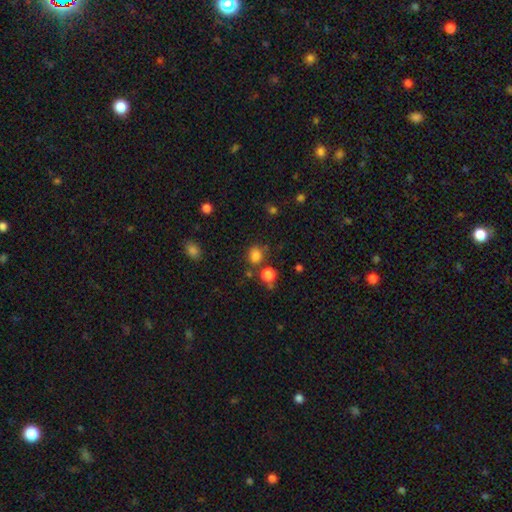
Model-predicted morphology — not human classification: Q: Smooth or featured?
A: smooth (80%); runner-up: star or artifact (15%)
Q: How rounded?
A: round (65%); runner-up: in between (34%)
Q: Merging?
A: none (70%); runner-up: minor disturbance (13%)